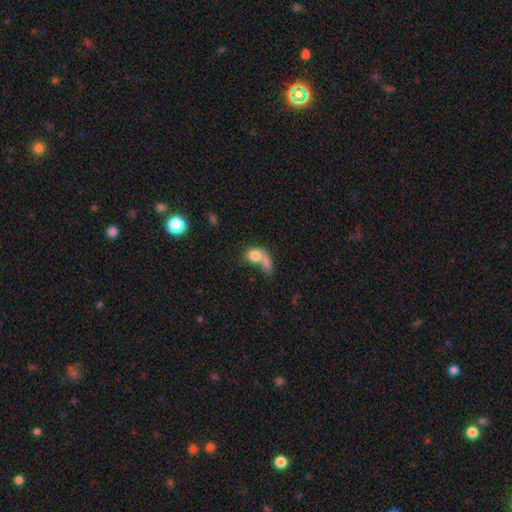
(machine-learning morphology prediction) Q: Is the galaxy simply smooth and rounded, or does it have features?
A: smooth — 77%.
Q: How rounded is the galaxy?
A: in between — 60%.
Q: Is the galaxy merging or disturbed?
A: merger — 54%.